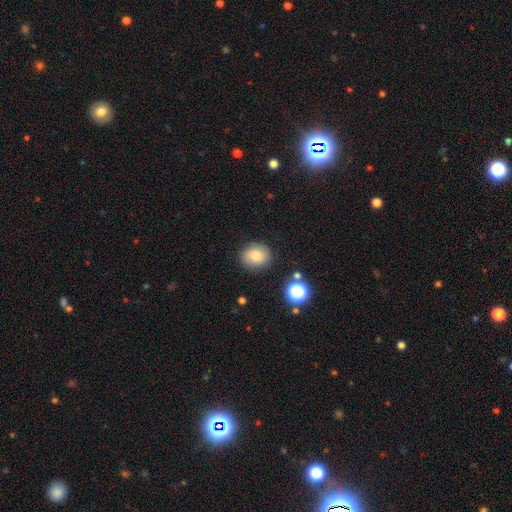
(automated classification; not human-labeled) Smooth or featured? Predicted: smooth (p=0.79). How rounded? Predicted: round (p=0.64). Merging? Predicted: none (p=0.81).